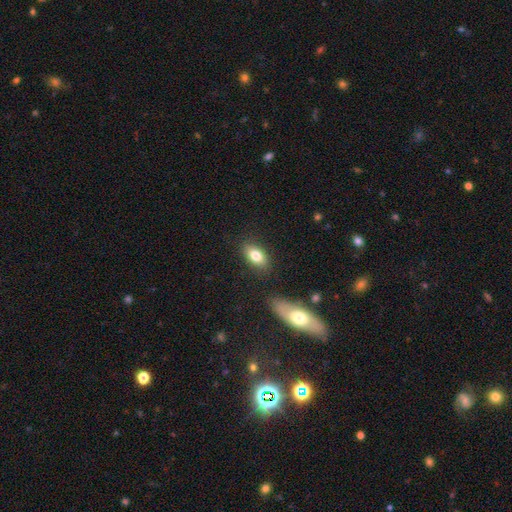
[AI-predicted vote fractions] This appears to be a smooth galaxy with no disk features (78%) that is in between round and cigar-shaped (87%). Merging: none (83%).